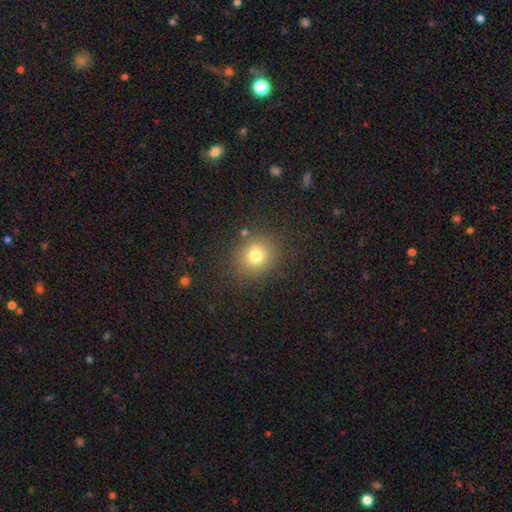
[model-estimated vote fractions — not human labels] Q: Smooth or featured?
A: smooth (76%); runner-up: star or artifact (15%)
Q: How rounded?
A: round (81%); runner-up: in between (18%)
Q: Merging?
A: none (83%); runner-up: minor disturbance (10%)